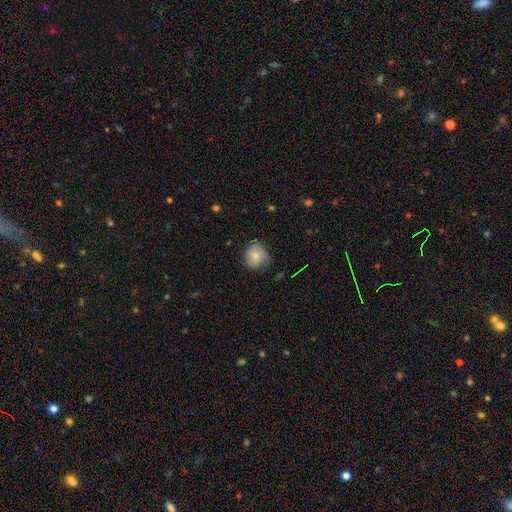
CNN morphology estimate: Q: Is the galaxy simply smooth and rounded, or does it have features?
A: smooth — 65%.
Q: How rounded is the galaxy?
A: round — 81%.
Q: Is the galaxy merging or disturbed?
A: none — 66%.